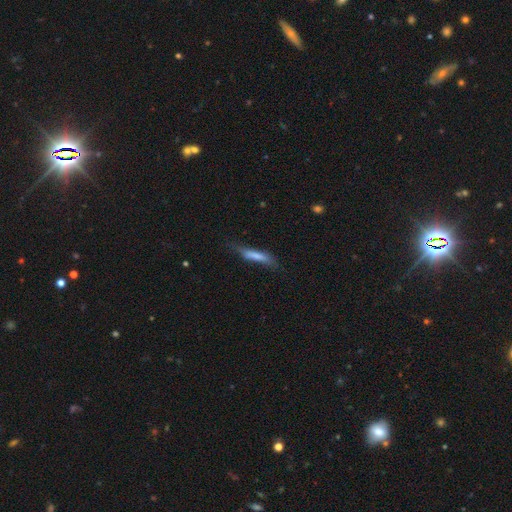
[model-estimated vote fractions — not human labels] Smooth or featured? Predicted: smooth (p=0.72). How rounded? Predicted: cigar-shaped (p=0.84). Merging? Predicted: none (p=0.62).